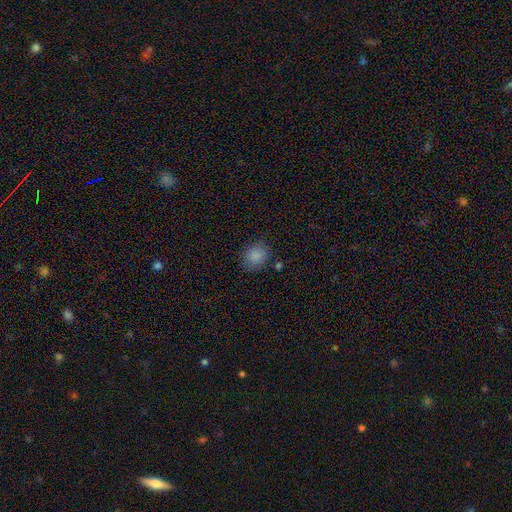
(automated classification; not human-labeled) Smooth or featured? smooth (86%)
How rounded? round (66%)
Merging? none (82%)